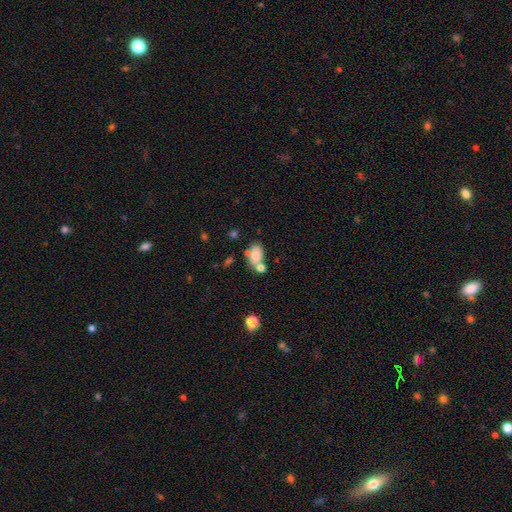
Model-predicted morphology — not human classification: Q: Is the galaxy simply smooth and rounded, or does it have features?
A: smooth — 76%.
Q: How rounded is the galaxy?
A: in between — 87%.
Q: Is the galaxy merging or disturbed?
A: none — 46%.